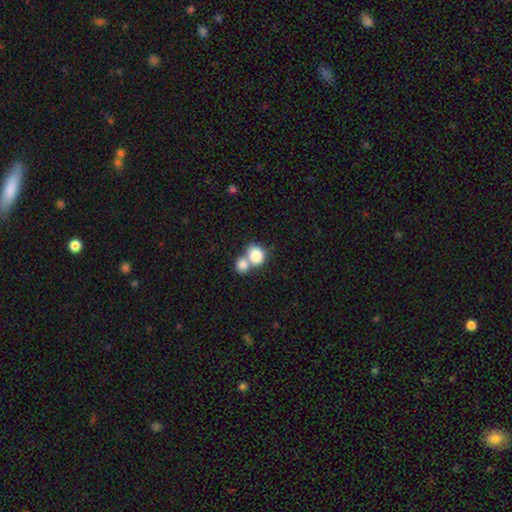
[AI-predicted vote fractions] This appears to be a smooth galaxy with no disk features (83%) that is round (64%). Merging: merger (63%).